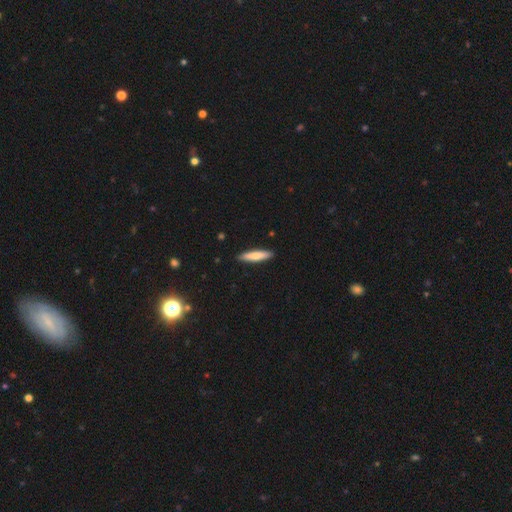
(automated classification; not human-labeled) Smooth or featured?
  - smooth: 71% *
  - featured or disk: 24%
  - star or artifact: 5%
How rounded?
  - cigar-shaped: 85% *
  - in between: 13%
  - round: 1%
Merging?
  - none: 90% *
  - minor disturbance: 7%
  - major disturbance: 1%
  - merger: 1%